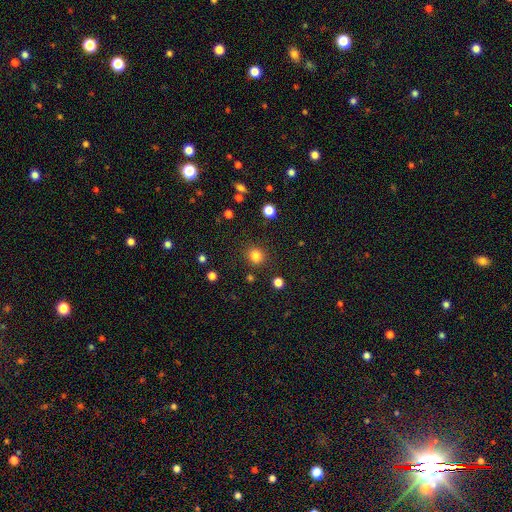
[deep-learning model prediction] smooth_or_featured: smooth (p=0.82) [alt: star or artifact p=0.13]
how_rounded: round (p=0.84) [alt: in between p=0.15]
merging: none (p=0.87) [alt: minor disturbance p=0.08]